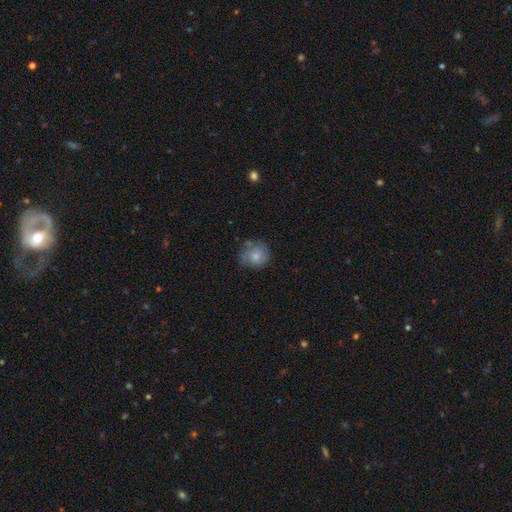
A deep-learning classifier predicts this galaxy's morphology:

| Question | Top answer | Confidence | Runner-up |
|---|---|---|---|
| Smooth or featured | smooth | 61% | featured or disk (31%) |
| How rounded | round | 81% | in between (18%) |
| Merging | none | 60% | minor disturbance (27%) |